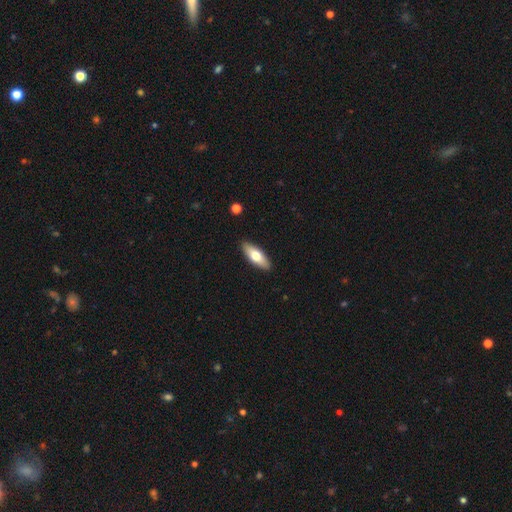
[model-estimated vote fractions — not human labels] This is likely a smooth galaxy (66%). How rounded: likely in between (67%). Merging: clearly none (90%).